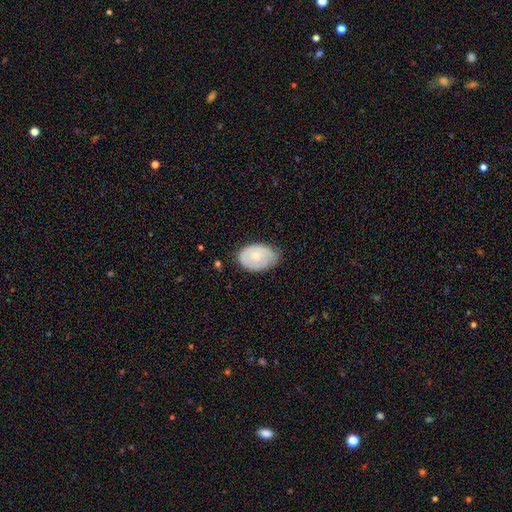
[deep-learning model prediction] A smooth galaxy with no disk features (63%) that is in between round and cigar-shaped (85%). Merging: none (60%).